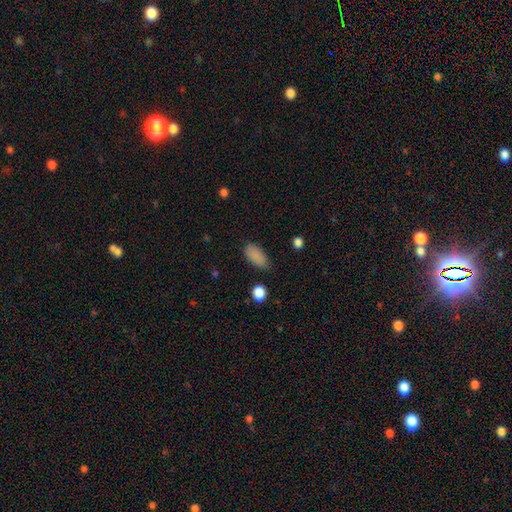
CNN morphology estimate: Smooth or featured?
  - smooth: 86% *
  - star or artifact: 9%
  - featured or disk: 4%
How rounded?
  - in between: 90% *
  - cigar-shaped: 6%
  - round: 4%
Merging?
  - none: 75% *
  - minor disturbance: 18%
  - major disturbance: 4%
  - merger: 2%